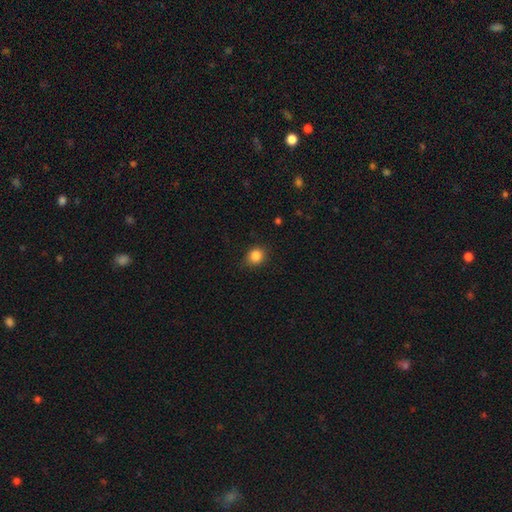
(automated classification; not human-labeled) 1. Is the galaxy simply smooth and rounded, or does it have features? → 85% smooth, 11% star or artifact, 4% featured or disk.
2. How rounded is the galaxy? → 74% round, 25% in between, 1% cigar-shaped.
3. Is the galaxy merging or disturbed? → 83% none, 13% minor disturbance, 3% major disturbance, 1% merger.